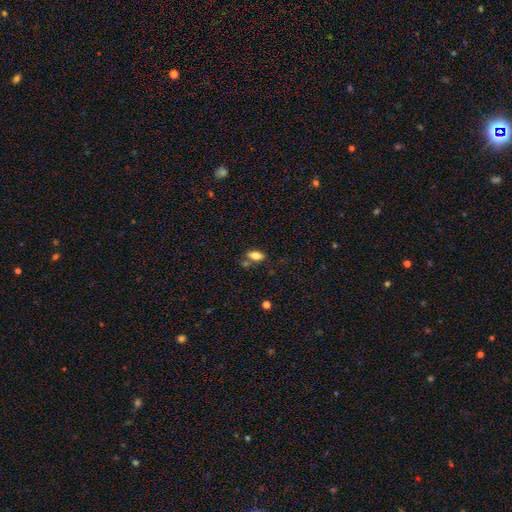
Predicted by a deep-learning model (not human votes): smooth 76%, featured or disk 15%, star or artifact 9%. Down the decision tree: how rounded — in between (85%); merging — none (67%).